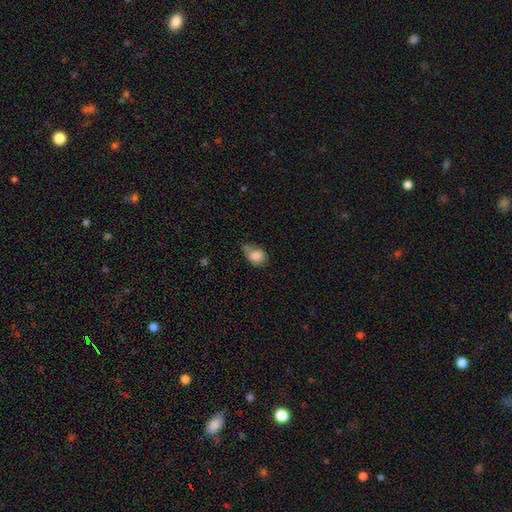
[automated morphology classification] smooth 81%, star or artifact 9%, featured or disk 9%. Down the decision tree: how rounded — in between (58%); merging — minor disturbance (35%).